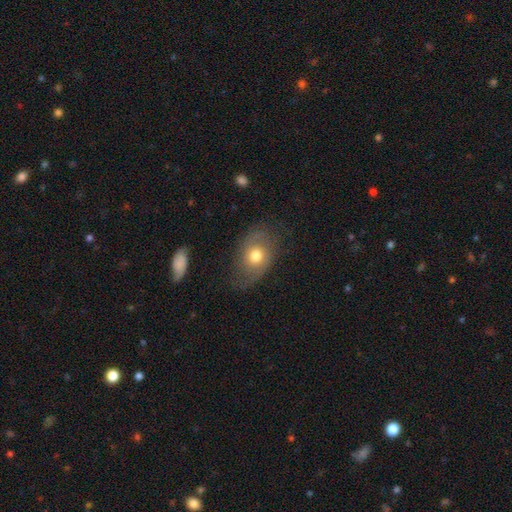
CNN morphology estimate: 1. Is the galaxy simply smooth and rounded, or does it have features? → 50% smooth, 41% featured or disk, 9% star or artifact.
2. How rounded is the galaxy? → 71% in between, 28% round, 2% cigar-shaped.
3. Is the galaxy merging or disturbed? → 65% none, 23% minor disturbance, 11% major disturbance, 2% merger.